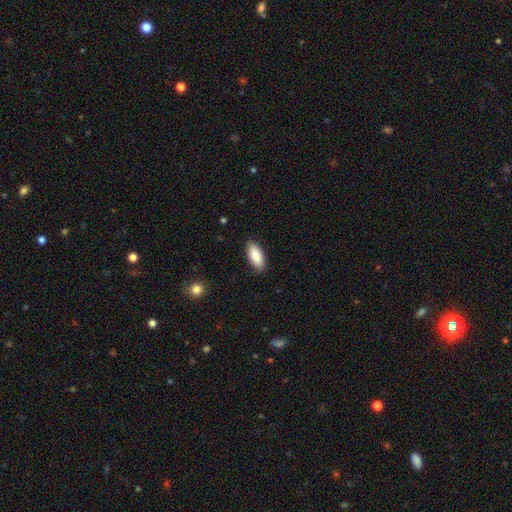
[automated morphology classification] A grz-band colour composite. It shows a smooth galaxy with no disk features (88%) that is in between round and cigar-shaped (85%). Merging: none (88%).